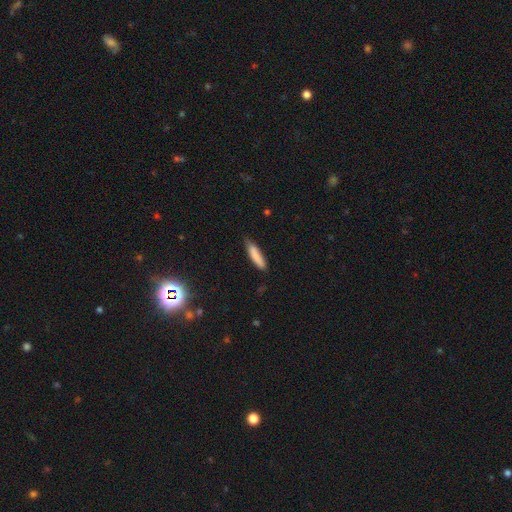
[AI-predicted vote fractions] A smooth galaxy with no disk features (84%) that is cigar-shaped (78%). Merging: none (74%).